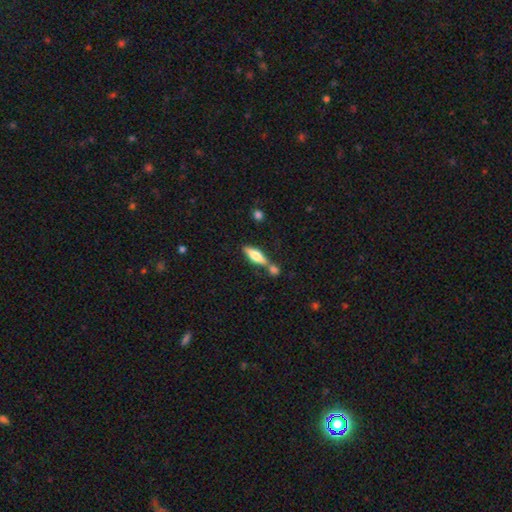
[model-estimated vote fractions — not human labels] Smooth or featured: smooth — 54% (featured or disk — 40%)
How rounded: cigar-shaped — 51% (in between — 46%)
Merging: none — 56% (merger — 27%)